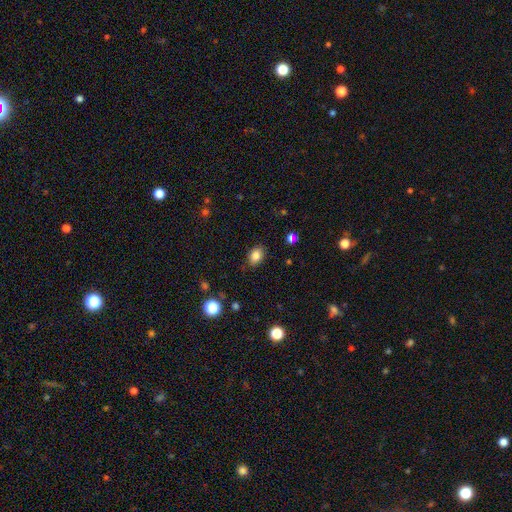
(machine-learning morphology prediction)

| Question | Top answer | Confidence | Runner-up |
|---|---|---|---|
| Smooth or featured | smooth | 83% | star or artifact (10%) |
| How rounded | in between | 73% | round (26%) |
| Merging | none | 84% | minor disturbance (12%) |